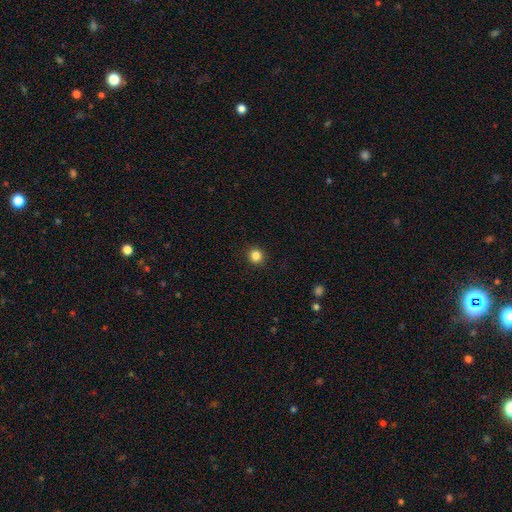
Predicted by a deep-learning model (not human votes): Smooth or featured: smooth — 85% (star or artifact — 12%)
How rounded: round — 91% (in between — 8%)
Merging: none — 92% (minor disturbance — 5%)